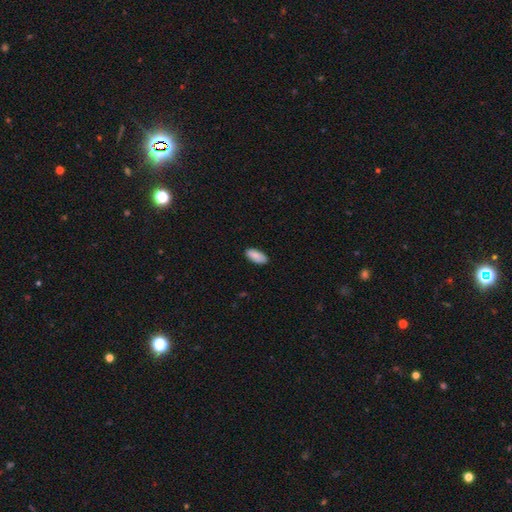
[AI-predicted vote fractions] A smooth galaxy with no disk features (85%) that is in between round and cigar-shaped (91%).

Vote fractions:
- Smooth or featured? smooth: 85% / featured or disk: 8% / star or artifact: 6%
- How rounded? in between: 91% / cigar-shaped: 7% / round: 2%
- Merging? none: 85% / minor disturbance: 12% / major disturbance: 2% / merger: 1%